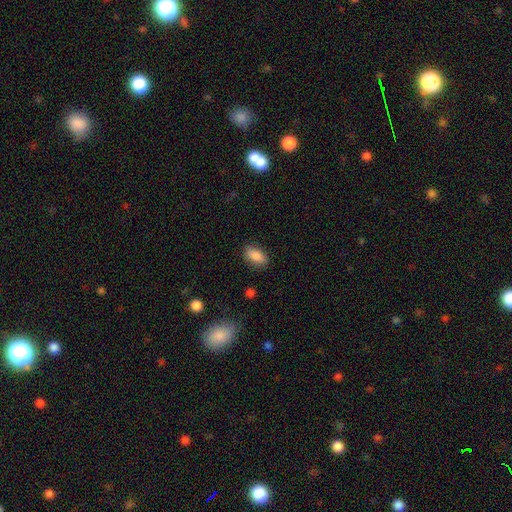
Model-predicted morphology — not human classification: This appears to be a smooth galaxy with no disk features (87%) that is in between round and cigar-shaped (89%). Merging: none (84%).